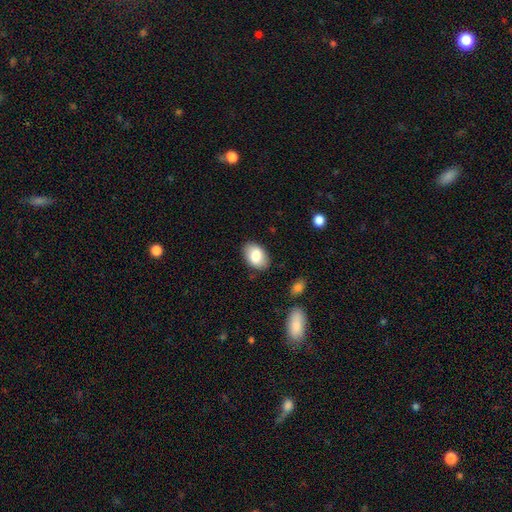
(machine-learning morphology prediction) Overall: smooth (83%). How rounded: in between (88%). Merging: none (85%).